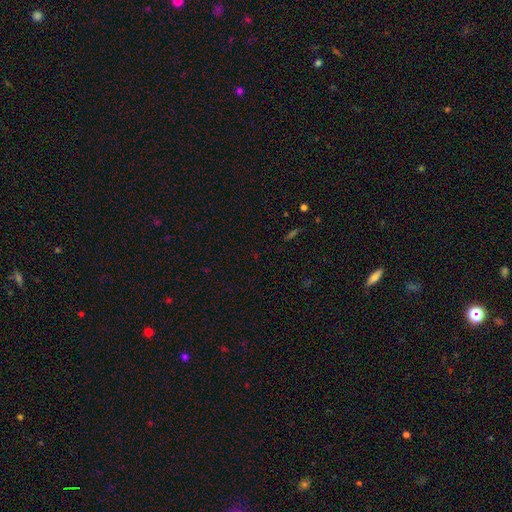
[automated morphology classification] Smooth or featured? Predicted: star or artifact (p=0.64).